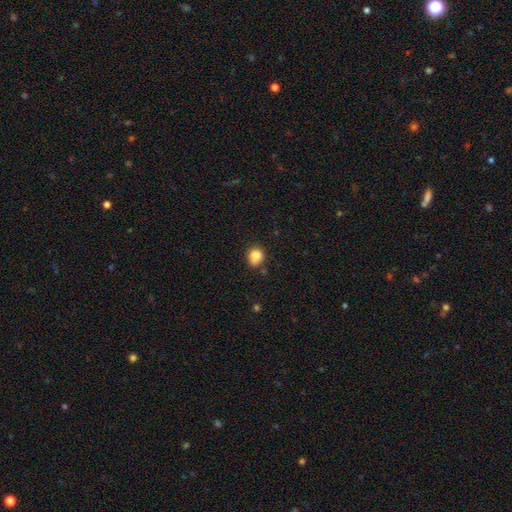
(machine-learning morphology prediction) Smooth or featured: smooth — 85% (star or artifact — 10%)
How rounded: round — 73% (in between — 26%)
Merging: none — 67% (minor disturbance — 22%)